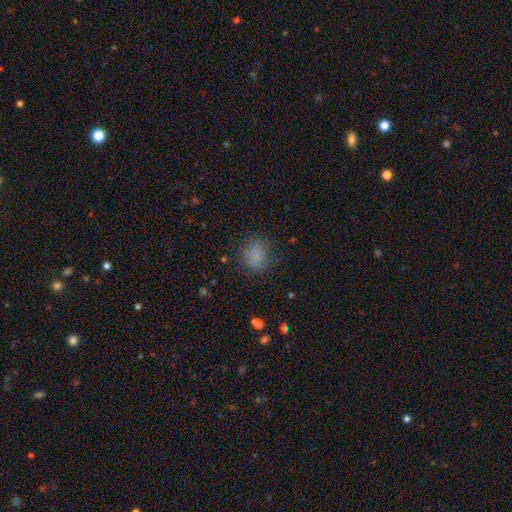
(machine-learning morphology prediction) A smooth galaxy with no disk features (77%) that is in between round and cigar-shaped (49%, tied with round).

Vote fractions:
- Smooth or featured? smooth: 77% / star or artifact: 14% / featured or disk: 9%
- How rounded? in between: 49% (tied) / round: 49% (tied) / cigar-shaped: 2%
- Merging? none: 75% / minor disturbance: 16% / major disturbance: 7% / merger: 2%